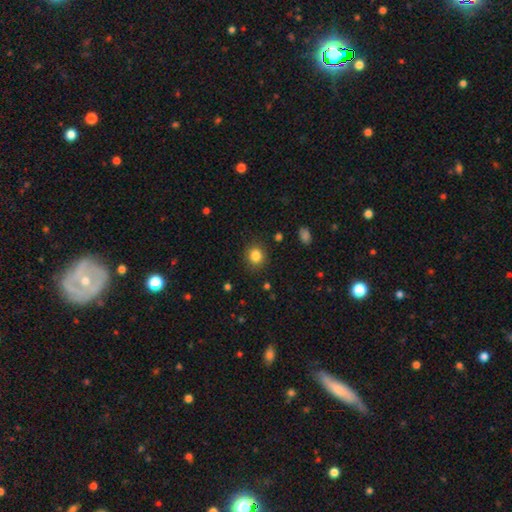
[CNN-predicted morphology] This appears to be a smooth galaxy with no disk features (84%) that is round (78%). Merging: none (87%).